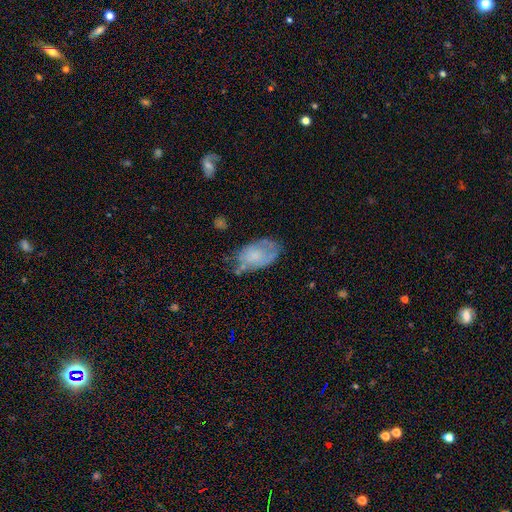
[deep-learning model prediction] smooth 54%, featured or disk 37%, star or artifact 8%. Down the decision tree: how rounded — in between (92%); merging — none (47%).